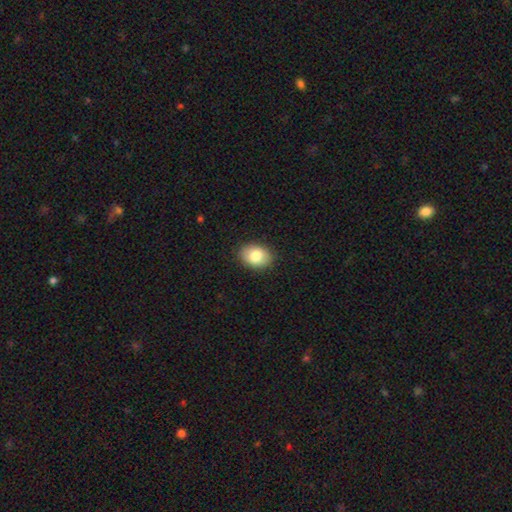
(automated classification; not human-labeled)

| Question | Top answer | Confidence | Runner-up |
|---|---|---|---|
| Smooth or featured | smooth | 83% | featured or disk (10%) |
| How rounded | in between | 77% | round (22%) |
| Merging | none | 89% | minor disturbance (8%) |